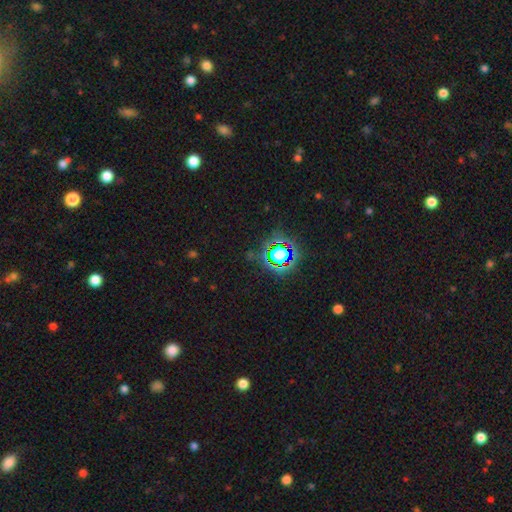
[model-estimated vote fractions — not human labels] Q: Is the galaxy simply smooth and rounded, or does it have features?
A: star or artifact — 75%.